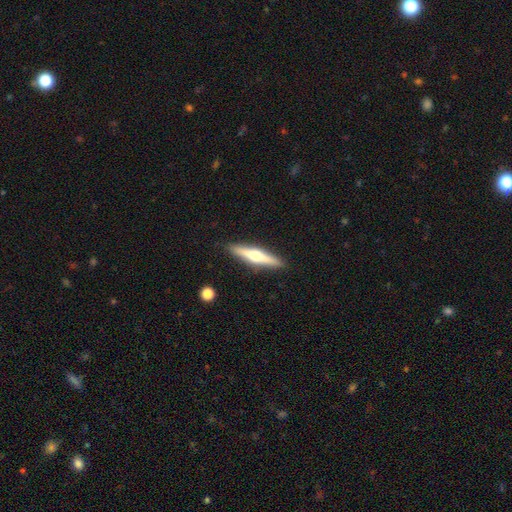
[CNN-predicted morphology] Smooth or featured? Predicted: featured or disk (p=0.63). Edge-on disk? Predicted: yes (p=0.97). Edge-on bulge? Predicted: rounded (p=0.94). Merging? Predicted: none (p=0.90).